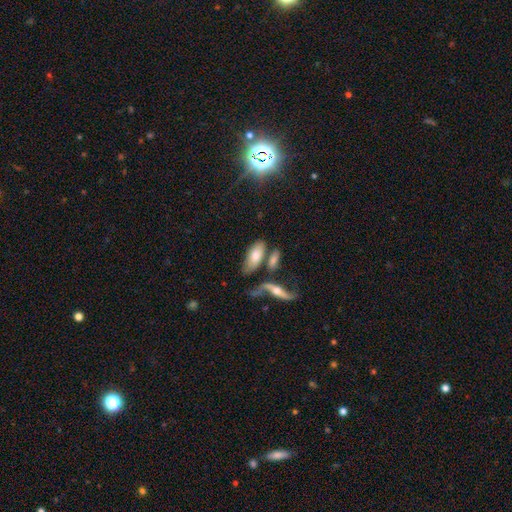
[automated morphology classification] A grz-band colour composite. It shows a smooth galaxy with no disk features (66%) that is in between round and cigar-shaped (85%). Merging: none (50%).